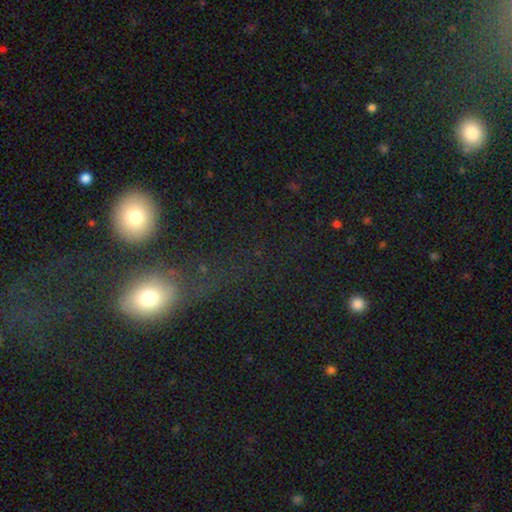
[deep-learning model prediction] smooth-or-featured: smooth: 58% | star or artifact: 27% | featured or disk: 16%
  how-rounded: round: 57% | in between: 36% | cigar-shaped: 7%
  merging: none: 55% | major disturbance: 18% | minor disturbance: 17% | merger: 10%